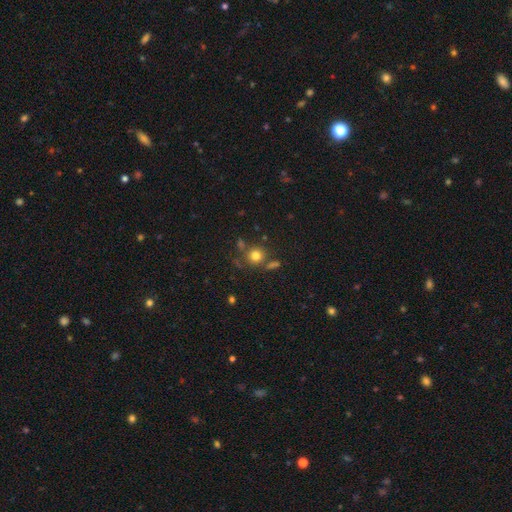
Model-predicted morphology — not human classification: smooth_or_featured: smooth (p=0.77) [alt: star or artifact p=0.14]
how_rounded: round (p=0.90) [alt: in between p=0.09]
merging: none (p=0.71) [alt: merger p=0.13]